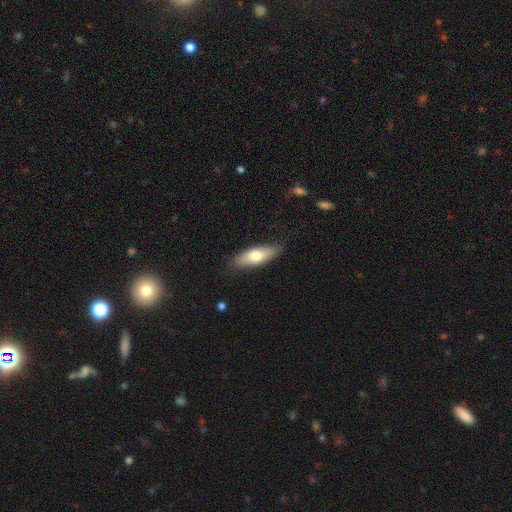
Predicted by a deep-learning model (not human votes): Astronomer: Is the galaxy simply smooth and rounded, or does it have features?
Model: smooth — 70%.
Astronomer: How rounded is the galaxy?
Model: in between — 58% (runner-up: cigar-shaped, 39%).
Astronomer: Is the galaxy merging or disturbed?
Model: none — 82%.